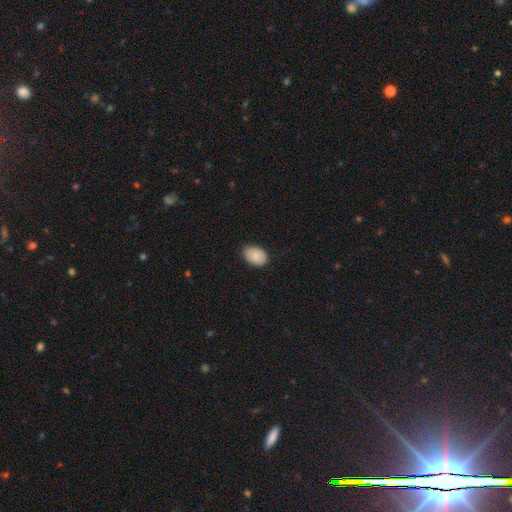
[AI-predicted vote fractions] smooth 87%, star or artifact 7%, featured or disk 6%. Down the decision tree: how rounded — in between (84%); merging — none (83%).